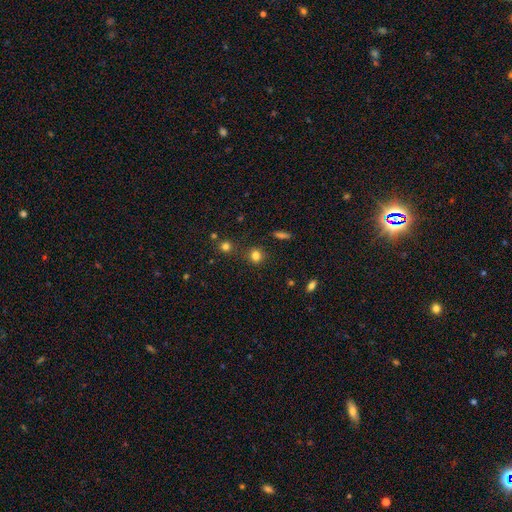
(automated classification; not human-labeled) Smooth or featured? smooth (79%)
How rounded? round (86%)
Merging? none (83%)